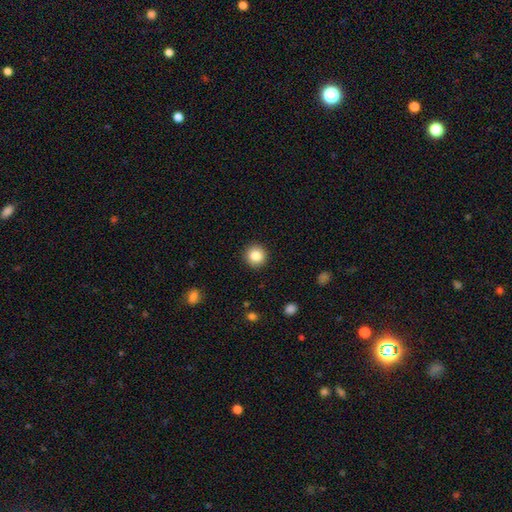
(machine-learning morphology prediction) Smooth or featured? smooth (85%)
How rounded? round (94%)
Merging? none (92%)